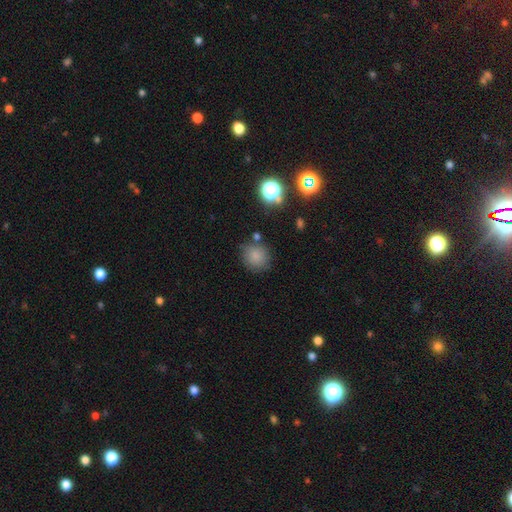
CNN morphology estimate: Smooth or featured? smooth (81%)
How rounded? round (86%)
Merging? none (77%)